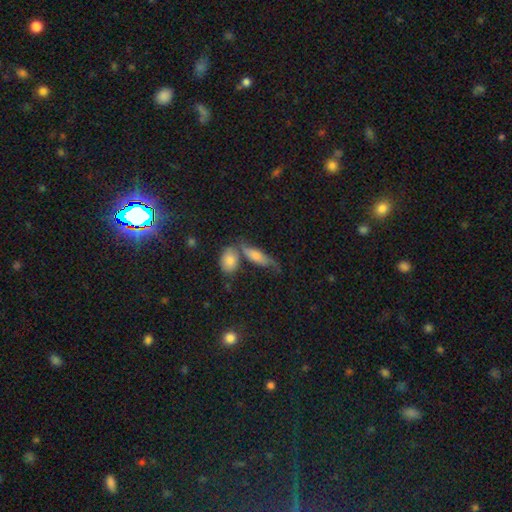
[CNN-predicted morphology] Overall: smooth (65%; featured or disk 27%). How rounded: in between (62%; cigar-shaped 32%). Merging: none (41%; merger 26%).